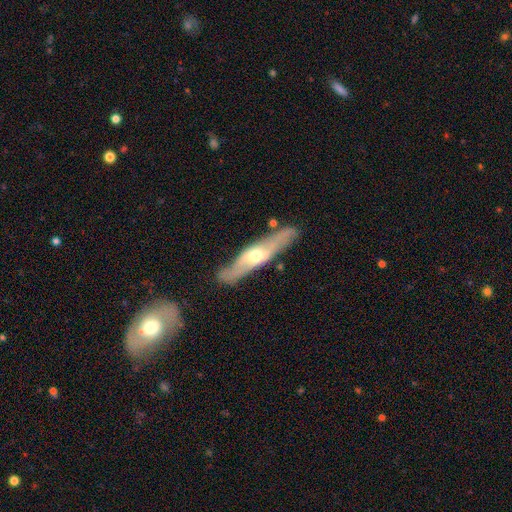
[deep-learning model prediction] A featured or disk galaxy (66%) viewed edge-on (65%).

Vote fractions:
- Smooth or featured? featured or disk: 66% / smooth: 29% / star or artifact: 5%
- Edge-on disk? yes: 65% / no: 35%
- Merging? none: 79% / minor disturbance: 14% / major disturbance: 4% / merger: 3%